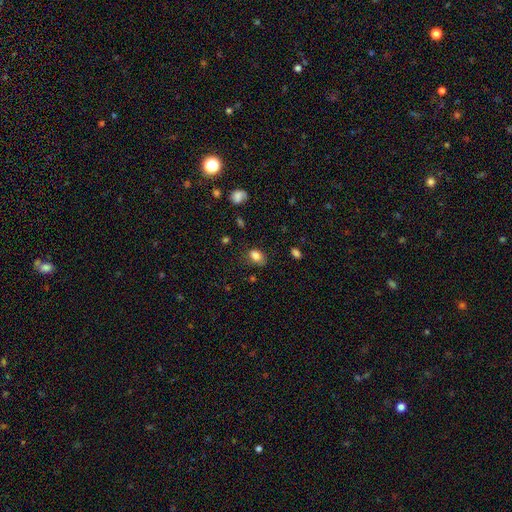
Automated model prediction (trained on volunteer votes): Q: Smooth or featured?
A: smooth (83%); runner-up: star or artifact (10%)
Q: How rounded?
A: in between (76%); runner-up: round (22%)
Q: Merging?
A: none (67%); runner-up: minor disturbance (24%)